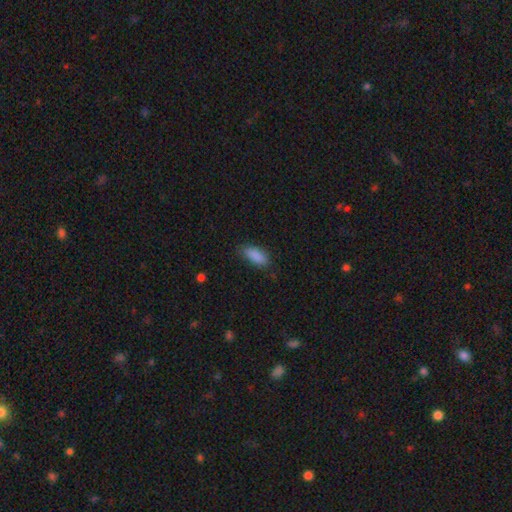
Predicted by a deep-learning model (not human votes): A smooth galaxy with no disk features (88%) that is in between round and cigar-shaped (80%). Merging: none (79%).